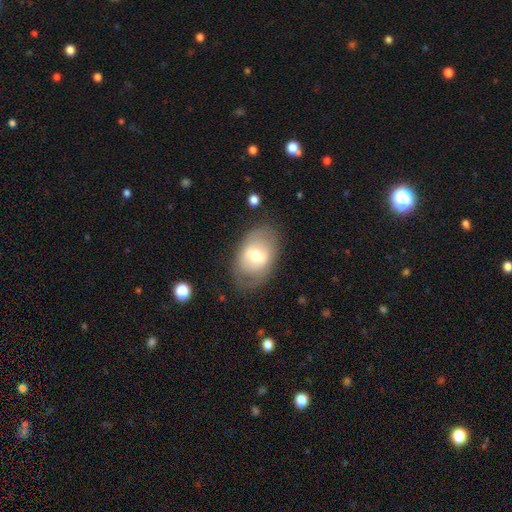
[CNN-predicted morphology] smooth_or_featured: smooth (p=0.54) [alt: featured or disk p=0.38]
how_rounded: in between (p=0.82) [alt: round p=0.16]
merging: none (p=0.73) [alt: minor disturbance p=0.18]